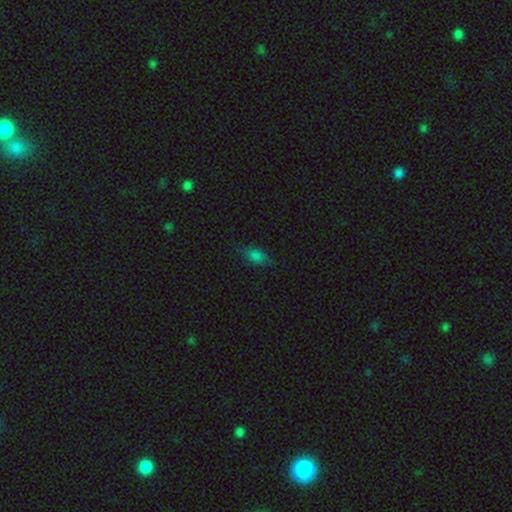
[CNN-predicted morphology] Overall: smooth (79%). How rounded: in between (87%). Merging: none (73%).